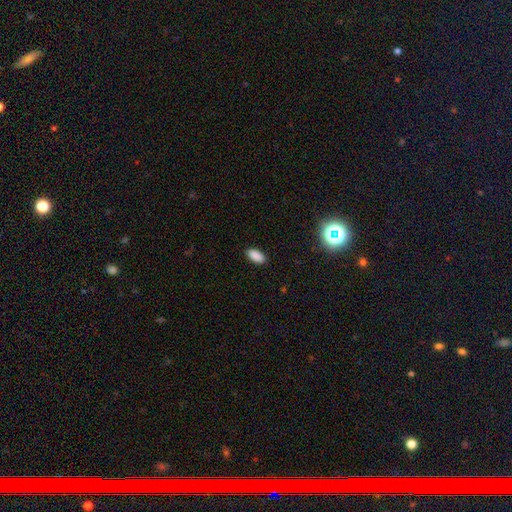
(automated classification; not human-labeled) This is clearly a smooth galaxy (88%). How rounded: clearly in between (91%). Merging: clearly none (88%).